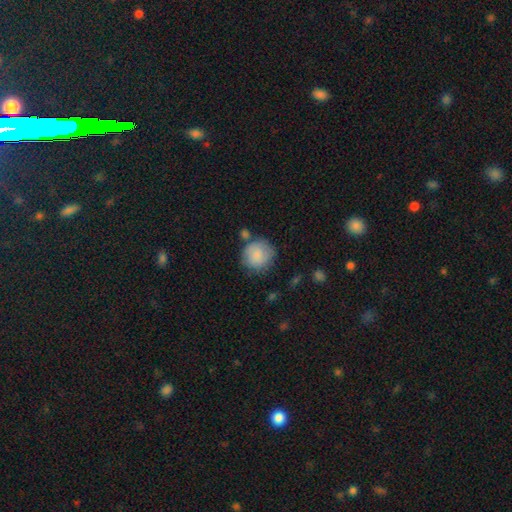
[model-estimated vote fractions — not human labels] This appears to be a smooth galaxy with no disk features (83%) that is round (90%). Merging: none (69%).